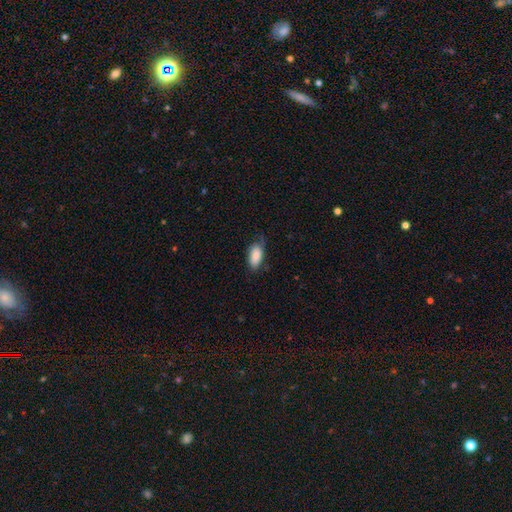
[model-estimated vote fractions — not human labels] Smooth or featured?
  - smooth: 84% *
  - featured or disk: 10%
  - star or artifact: 6%
How rounded?
  - in between: 92% *
  - cigar-shaped: 6%
  - round: 3%
Merging?
  - none: 57% *
  - minor disturbance: 32%
  - major disturbance: 10%
  - merger: 2%